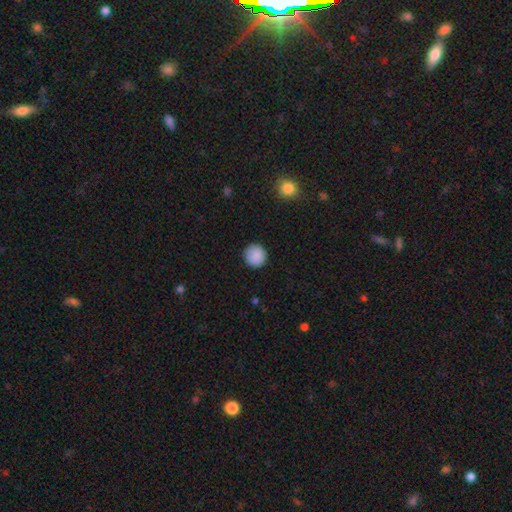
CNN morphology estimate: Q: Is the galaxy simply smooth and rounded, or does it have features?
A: smooth — 89%.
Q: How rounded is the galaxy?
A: round — 94%.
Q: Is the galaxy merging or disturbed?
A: none — 91%.